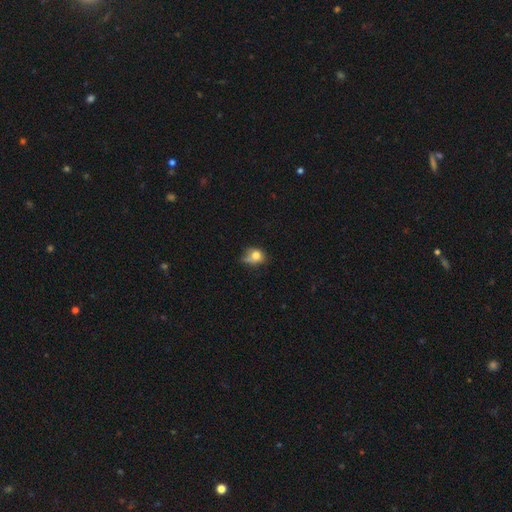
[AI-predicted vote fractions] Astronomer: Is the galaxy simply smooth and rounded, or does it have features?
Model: smooth — 75%.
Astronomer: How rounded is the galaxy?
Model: round — 55% (runner-up: in between, 44%).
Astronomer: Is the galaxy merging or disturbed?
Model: none — 40% (runner-up: minor disturbance, 34%).